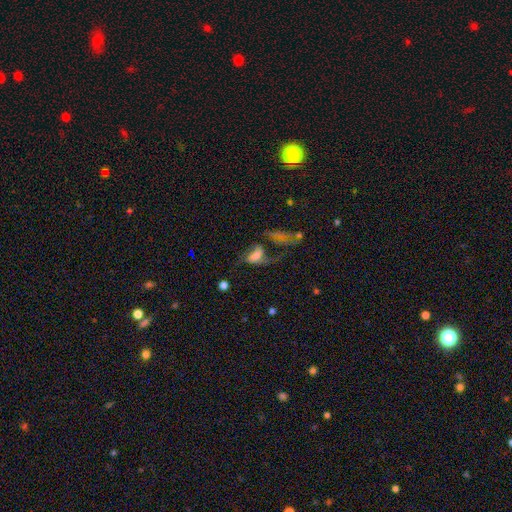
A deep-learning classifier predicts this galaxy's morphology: type=featured or disk (46%); merging=major disturbance (43%).